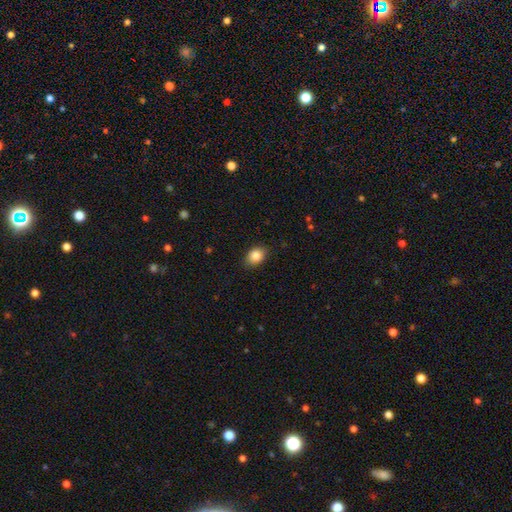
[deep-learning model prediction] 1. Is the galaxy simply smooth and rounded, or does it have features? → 86% smooth, 8% star or artifact, 6% featured or disk.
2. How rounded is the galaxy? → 71% in between, 28% round, 1% cigar-shaped.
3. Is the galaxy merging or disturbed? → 86% none, 11% minor disturbance, 2% major disturbance, 1% merger.